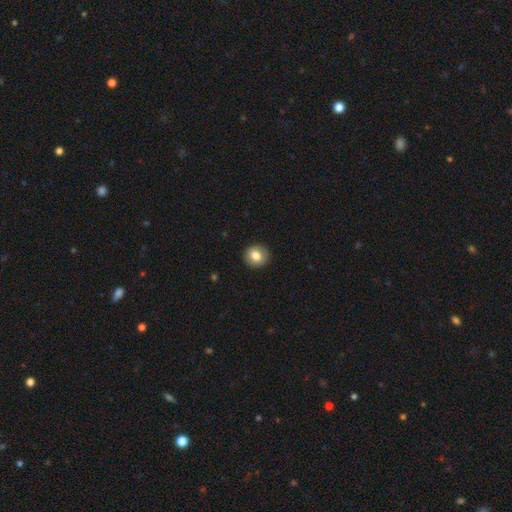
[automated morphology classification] Smooth or featured?
  - smooth: 77% *
  - featured or disk: 15%
  - star or artifact: 8%
How rounded?
  - round: 83% *
  - in between: 16%
  - cigar-shaped: 1%
Merging?
  - none: 90% *
  - minor disturbance: 7%
  - major disturbance: 2%
  - merger: 1%